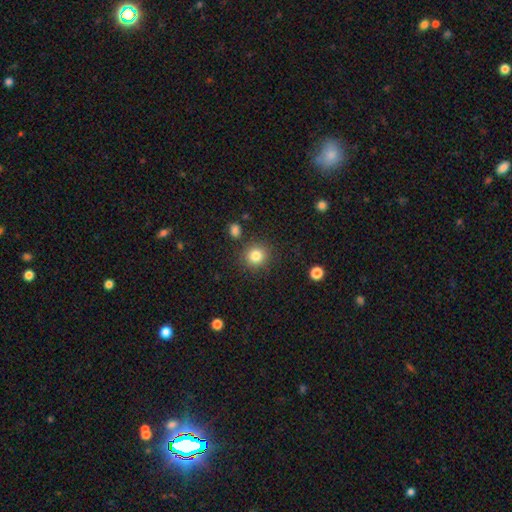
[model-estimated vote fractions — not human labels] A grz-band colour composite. It shows a smooth galaxy with no disk features (83%) that is round (90%). Merging: none (87%).